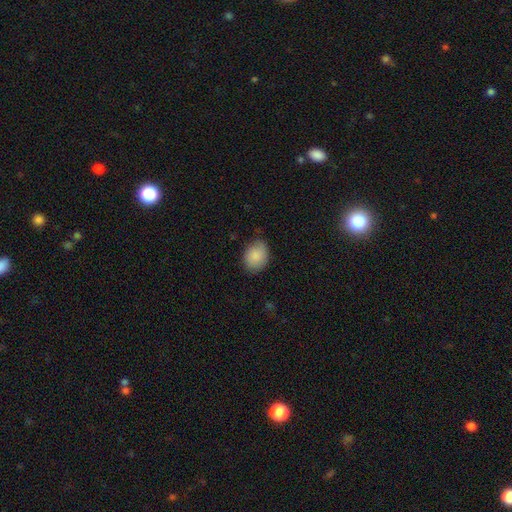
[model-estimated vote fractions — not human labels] smooth-or-featured: smooth: 87% | star or artifact: 7% | featured or disk: 6%
  how-rounded: in between: 66% | round: 33% | cigar-shaped: 1%
  merging: none: 74% | minor disturbance: 21% | major disturbance: 4% | merger: 1%